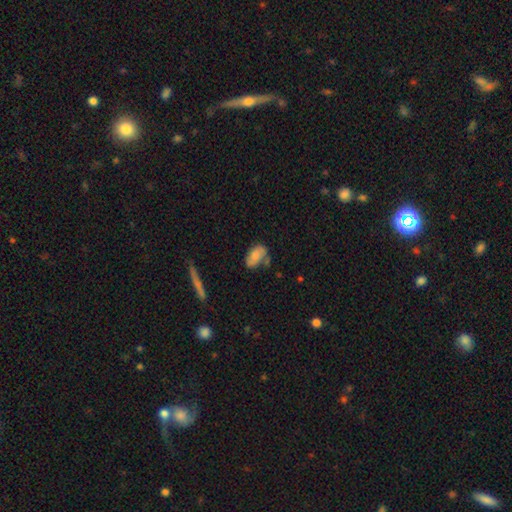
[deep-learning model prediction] Smooth or featured?
  - smooth: 64% *
  - featured or disk: 27%
  - star or artifact: 8%
How rounded?
  - in between: 90% *
  - round: 7%
  - cigar-shaped: 3%
Merging?
  - none: 46% *
  - minor disturbance: 30%
  - major disturbance: 14%
  - merger: 10%